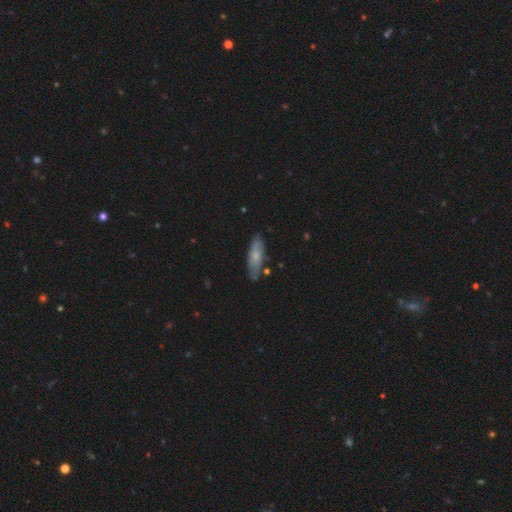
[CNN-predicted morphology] A smooth galaxy with no disk features (62%) that is in between round and cigar-shaped (50%). Merging: none (78%).